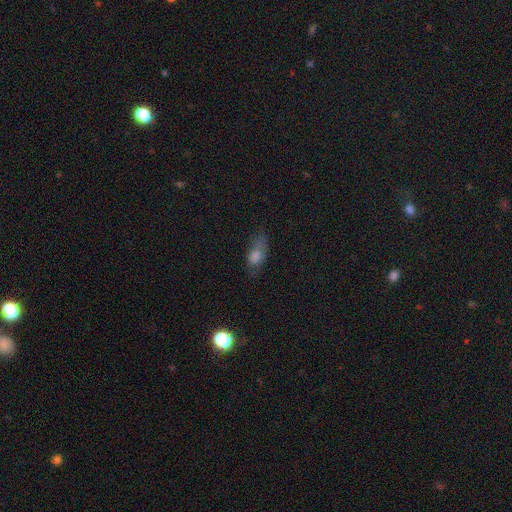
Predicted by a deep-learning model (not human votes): Smooth or featured? Predicted: smooth (p=0.65). How rounded? Predicted: in between (p=0.72). Merging? Predicted: none (p=0.51).